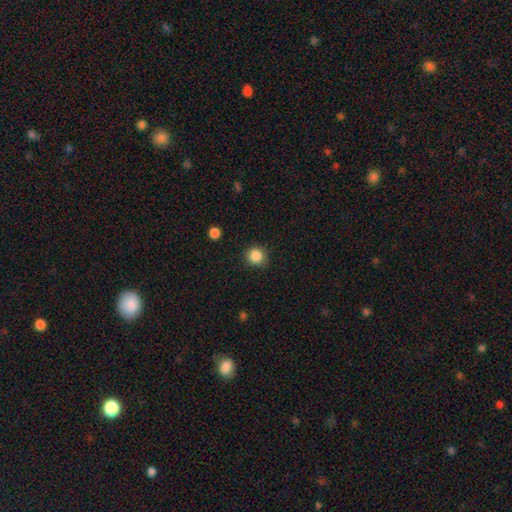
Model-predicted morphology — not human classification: This is clearly a smooth galaxy (86%). How rounded: clearly round (90%). Merging: clearly none (88%).